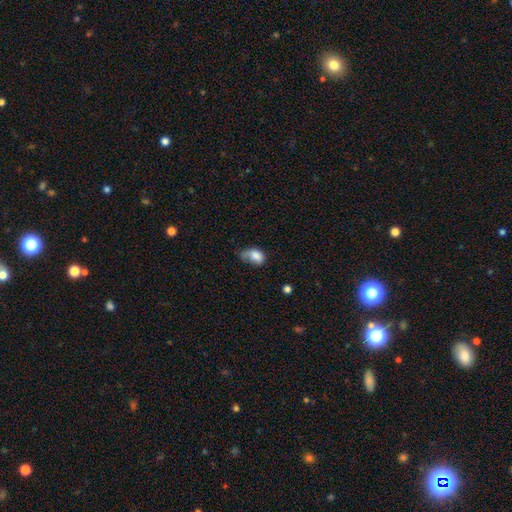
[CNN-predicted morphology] A smooth galaxy with no disk features (80%) that is in between round and cigar-shaped (84%).

Vote fractions:
- Smooth or featured? smooth: 80% / featured or disk: 12% / star or artifact: 8%
- How rounded? in between: 84% / round: 15% / cigar-shaped: 2%
- Merging? minor disturbance: 40% / major disturbance: 29% / none: 27% / merger: 4%